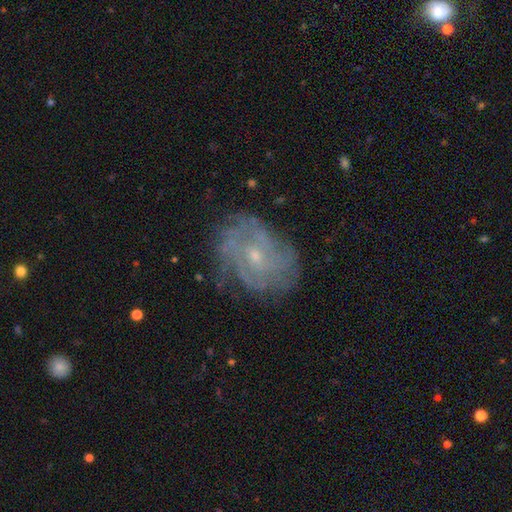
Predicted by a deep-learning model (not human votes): Overall: featured or disk (79%). Edge-on disk: no (97%). Bar: no (61%; weak 33%). Spiral arms: yes (90%). Spiral arm count: can't tell (43%; 4 16%). Spiral winding: tight (55%; medium 34%). Bulge size: small (69%). Merging: none (72%).